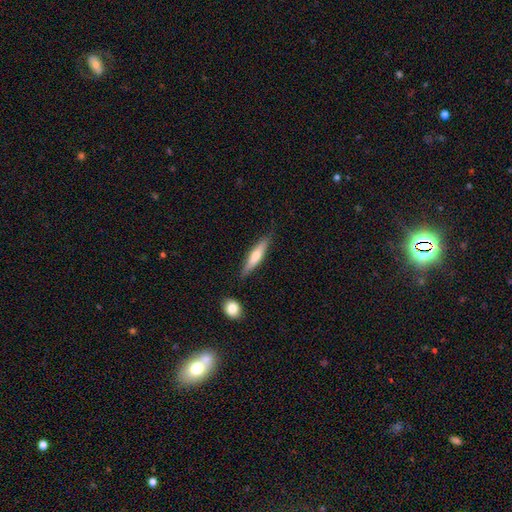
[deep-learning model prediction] Smooth or featured: smooth — 52% (featured or disk — 42%)
How rounded: cigar-shaped — 83% (in between — 15%)
Merging: none — 82% (minor disturbance — 12%)